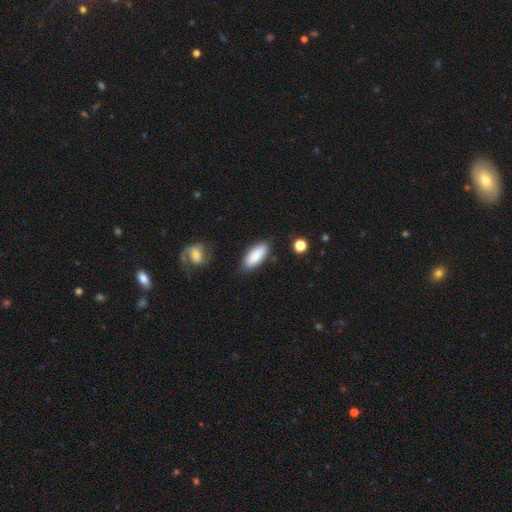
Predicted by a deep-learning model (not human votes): Smooth or featured? Predicted: smooth (p=0.87). How rounded? Predicted: in between (p=0.79). Merging? Predicted: none (p=0.81).